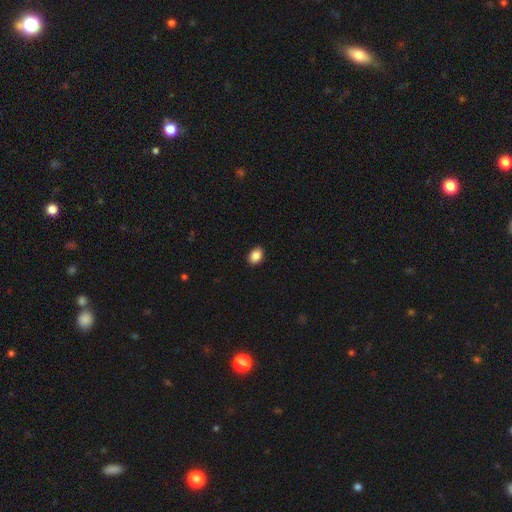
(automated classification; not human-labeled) smooth 87%, star or artifact 8%, featured or disk 4%. Down the decision tree: how rounded — in between (73%); merging — none (90%).